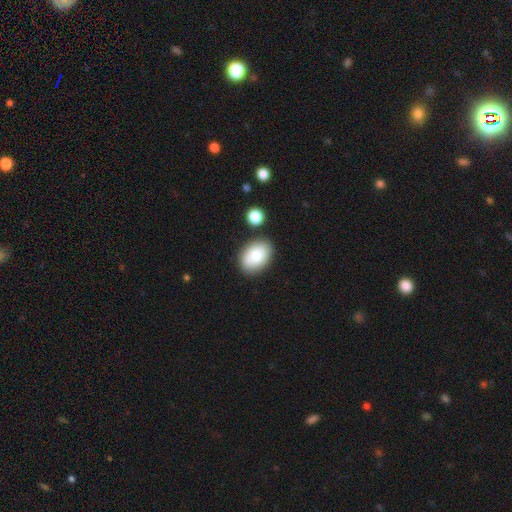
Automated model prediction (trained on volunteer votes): The model was most divided on "merging": none: 77%, minor disturbance: 13%, merger: 7%, major disturbance: 3%. More confident: how rounded — in between (85%); smooth or featured — smooth (79%).